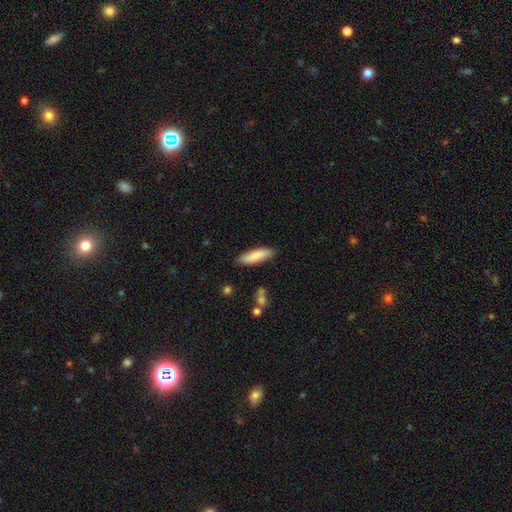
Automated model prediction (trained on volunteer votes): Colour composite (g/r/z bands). It shows a smooth galaxy with no disk features (81%) that is cigar-shaped (58%). Merging: none (84%).